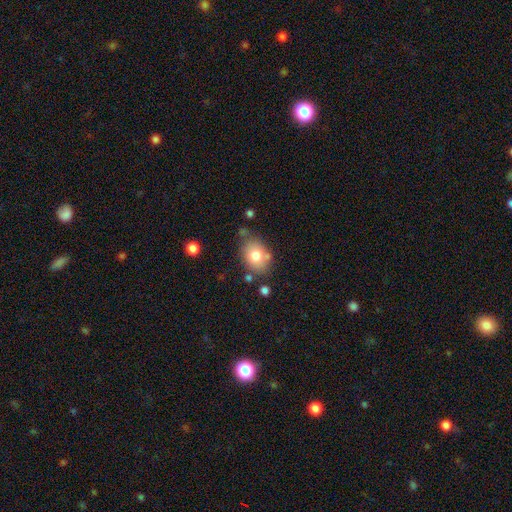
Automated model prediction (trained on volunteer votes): This is likely a smooth galaxy (76%). How rounded: likely in between (67%). Merging: likely none (68%).